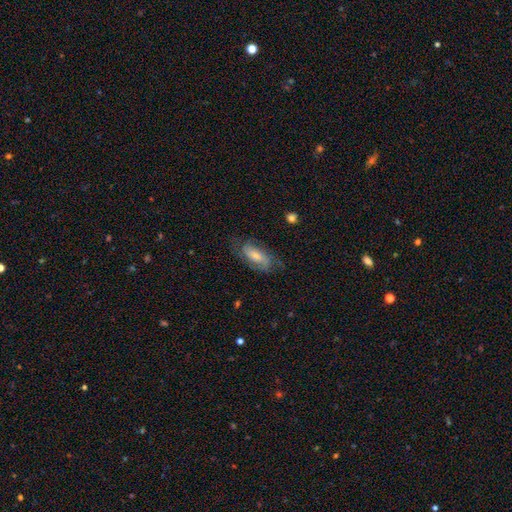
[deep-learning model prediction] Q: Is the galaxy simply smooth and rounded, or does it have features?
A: smooth — 48%.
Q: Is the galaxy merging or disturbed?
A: none — 63%.